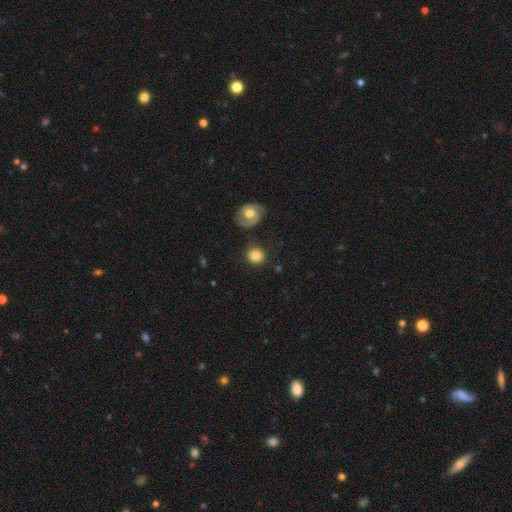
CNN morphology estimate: A smooth galaxy with no disk features (81%) that is round (83%). Merging: none (82%).